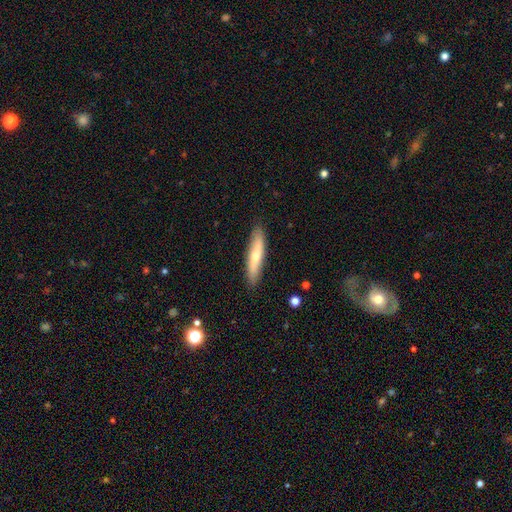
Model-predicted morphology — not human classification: A smooth galaxy with no disk features (60%) that is cigar-shaped (83%).

Vote fractions:
- Smooth or featured? smooth: 60% / featured or disk: 34% / star or artifact: 6%
- How rounded? cigar-shaped: 83% / in between: 15% / round: 2%
- Merging? none: 88% / minor disturbance: 9% / major disturbance: 2% / merger: 1%